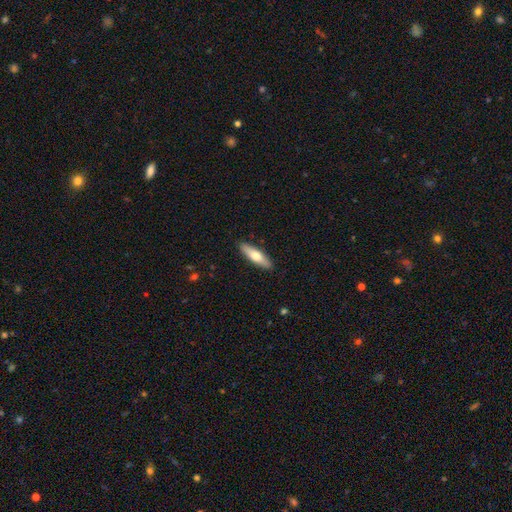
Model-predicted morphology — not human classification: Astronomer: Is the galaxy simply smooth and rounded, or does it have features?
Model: smooth — 63%.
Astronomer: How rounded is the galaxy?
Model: cigar-shaped — 65%.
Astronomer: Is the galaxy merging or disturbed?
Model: none — 90%.